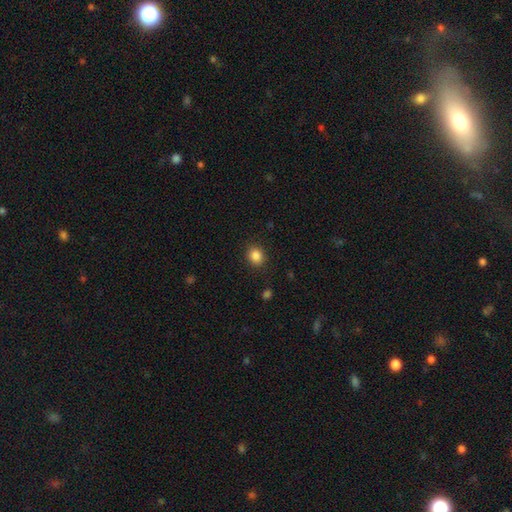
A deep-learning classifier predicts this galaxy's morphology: Smooth or featured?
  - smooth: 86% *
  - star or artifact: 10%
  - featured or disk: 4%
How rounded?
  - round: 66% *
  - in between: 33%
  - cigar-shaped: 1%
Merging?
  - none: 88% *
  - minor disturbance: 8%
  - major disturbance: 3%
  - merger: 1%